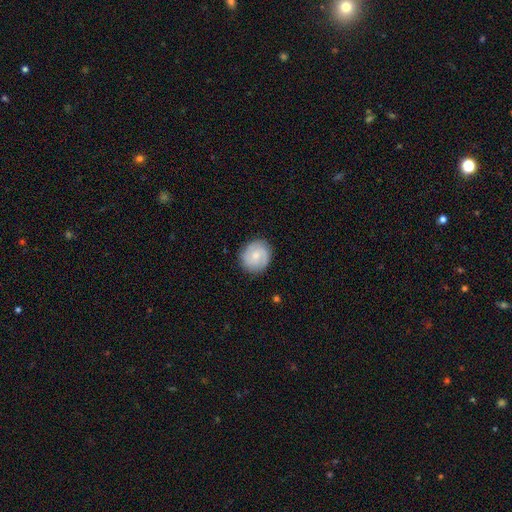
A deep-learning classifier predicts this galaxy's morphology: featured or disk 52%, smooth 42%, star or artifact 6%. Down the decision tree: edge-on disk — no (98%); bar — no (59%); spiral arms — yes (87%); bulge size — small (47%); merging — none (85%).